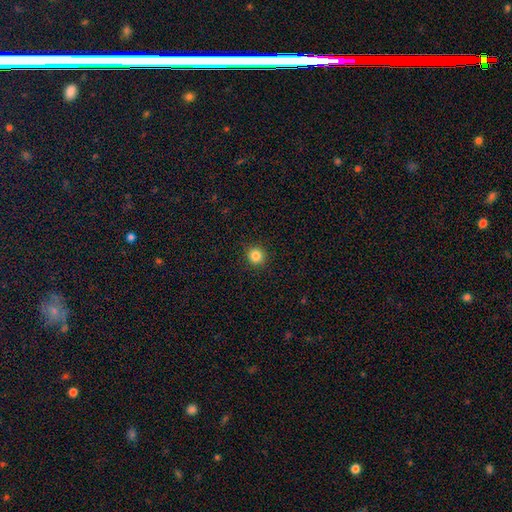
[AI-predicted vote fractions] A smooth galaxy with no disk features (84%) that is round (93%). Merging: none (92%).